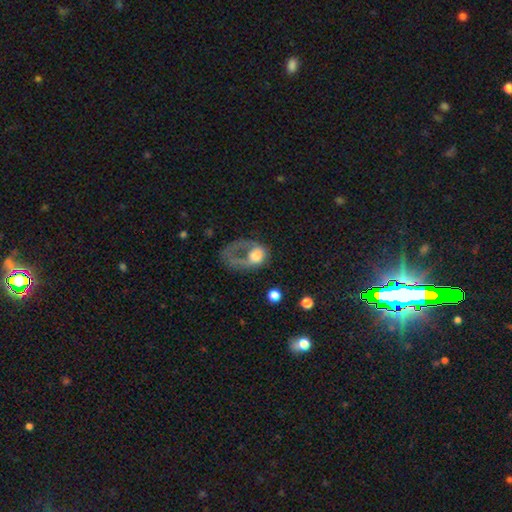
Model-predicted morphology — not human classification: This is possibly a smooth galaxy (48%). Merging: likely major disturbance (65%).